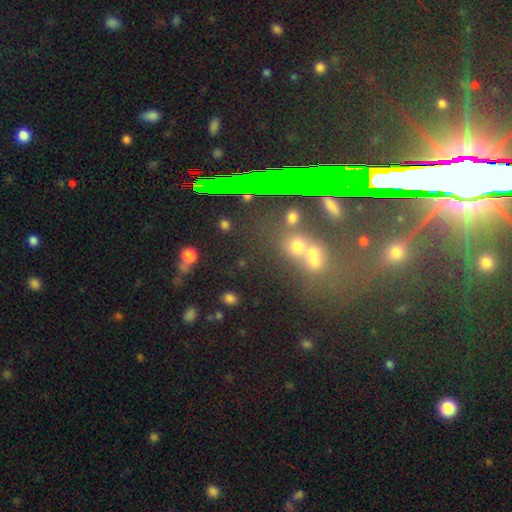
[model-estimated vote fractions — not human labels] A star or artifact, not a galaxy (58%).

Vote fractions:
- Smooth or featured? star or artifact: 58% / smooth: 24% / featured or disk: 18%